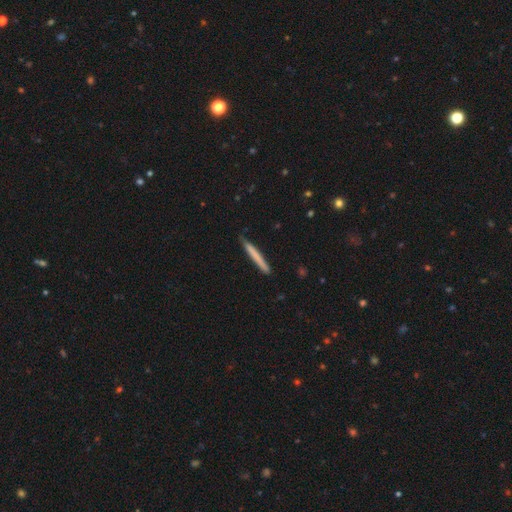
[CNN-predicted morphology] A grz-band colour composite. It shows a smooth galaxy with no disk features (71%) that is cigar-shaped (97%). Merging: none (86%).